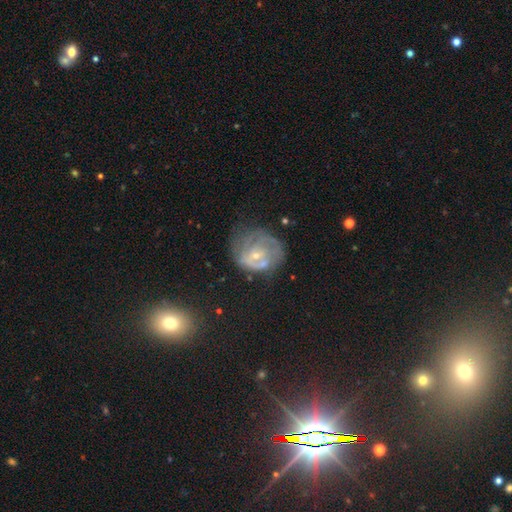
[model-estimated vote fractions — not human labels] Smooth or featured: featured or disk — 67% (smooth — 20%)
Edge-on disk: no — 98% (yes — 2%)
Bar: no — 66% (weak — 28%)
Spiral arms: yes — 72% (no — 28%)
Bulge size: small — 69% (moderate — 25%)
Merging: none — 52% (minor disturbance — 24%)